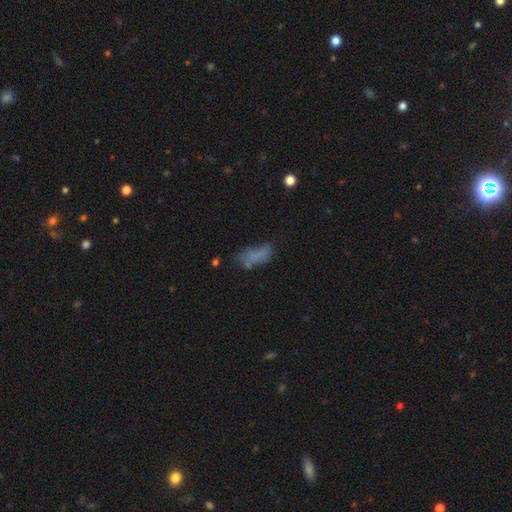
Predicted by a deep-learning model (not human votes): This is likely a smooth galaxy (65%). How rounded: clearly in between (80%). Merging: marginally none (42%).